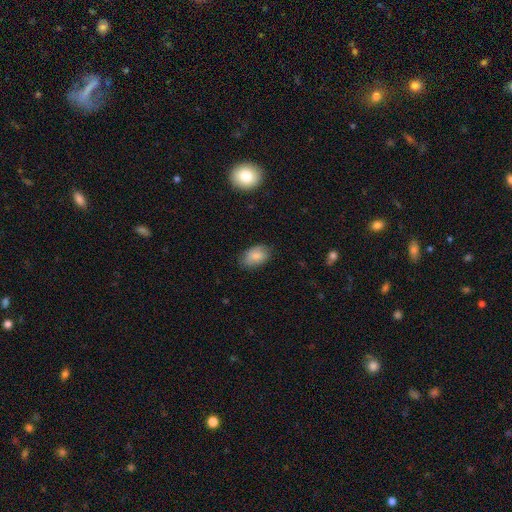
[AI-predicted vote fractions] smooth-or-featured: smooth: 83% | featured or disk: 9% | star or artifact: 8%
  how-rounded: in between: 89% | round: 10% | cigar-shaped: 1%
  merging: none: 79% | minor disturbance: 17% | major disturbance: 3% | merger: 1%